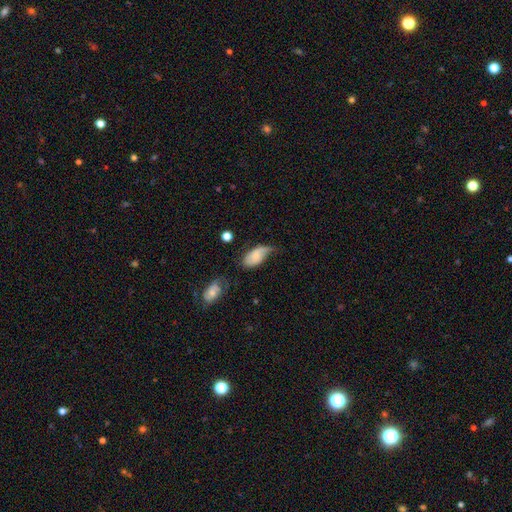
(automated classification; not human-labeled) This is possibly a smooth galaxy (58%). How rounded: clearly in between (92%). Merging: marginally minor disturbance (40%).